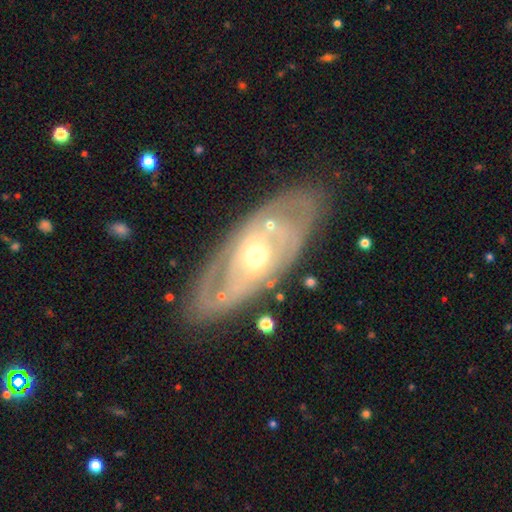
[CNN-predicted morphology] A featured or disk galaxy (78%) with no bar (65%), spiral arms (56%) and a moderate central bulge (61%).

Vote fractions:
- Smooth or featured? featured or disk: 78% / smooth: 17% / star or artifact: 5%
- Edge-on disk? no: 87% / yes: 13%
- Bar? no: 65% / weak: 25% / strong: 10%
- Spiral arms? yes: 56% / no: 44%
- Bulge size? moderate: 61% / small: 33% / large: 4% / none: 1% / dominant: 1%
- Merging? none: 79% / minor disturbance: 14% / major disturbance: 5% / merger: 2%